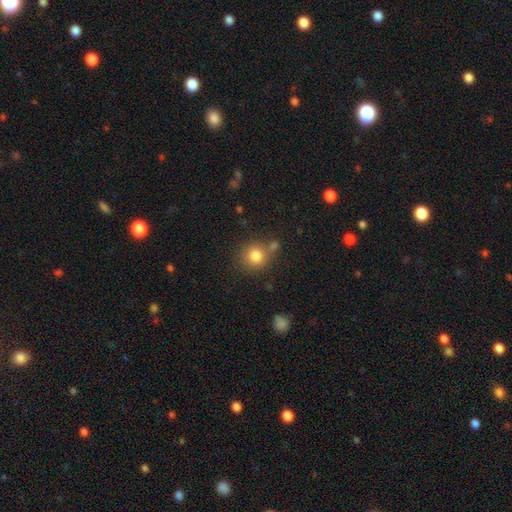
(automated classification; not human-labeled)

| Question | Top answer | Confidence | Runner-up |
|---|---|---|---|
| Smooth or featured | smooth | 81% | star or artifact (11%) |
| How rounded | round | 89% | in between (10%) |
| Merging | none | 72% | merger (14%) |